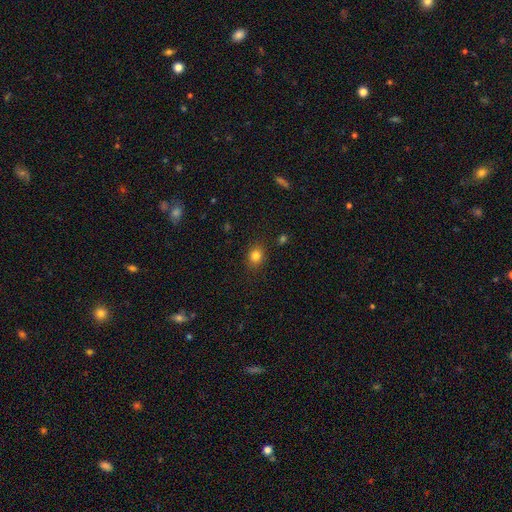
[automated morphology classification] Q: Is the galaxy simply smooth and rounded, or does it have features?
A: smooth — 82%.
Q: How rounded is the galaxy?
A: round — 63%.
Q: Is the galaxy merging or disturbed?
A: none — 87%.